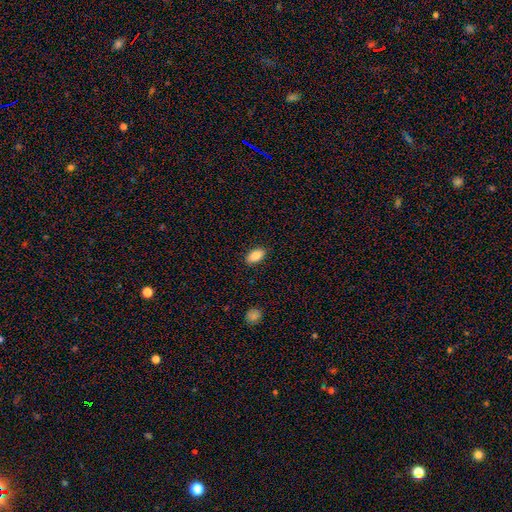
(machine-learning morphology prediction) This is clearly a smooth galaxy (88%). How rounded: clearly in between (91%). Merging: clearly none (87%).